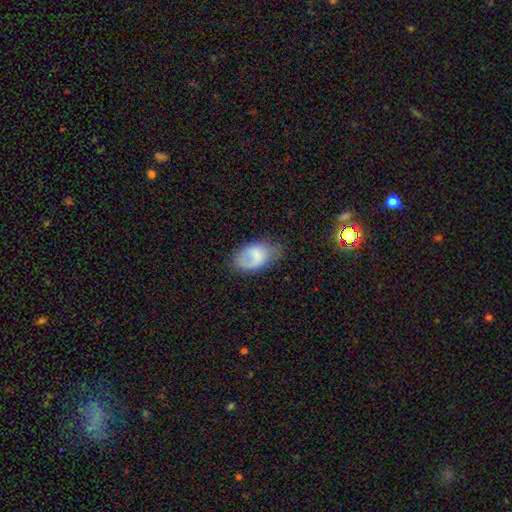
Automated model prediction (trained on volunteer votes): This is likely a smooth galaxy (69%). How rounded: clearly in between (90%). Merging: possibly none (54%).